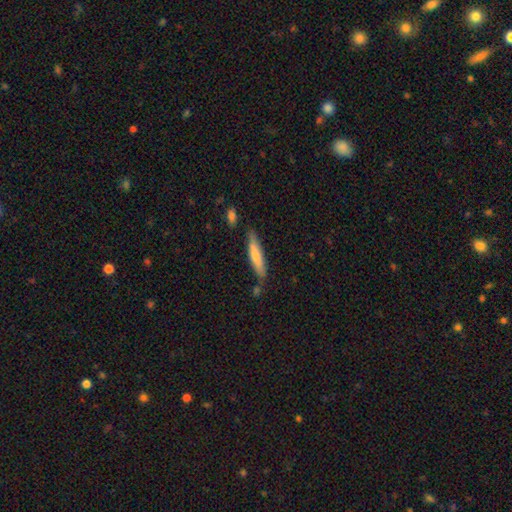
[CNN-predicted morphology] smooth-or-featured: smooth: 71% | featured or disk: 23% | star or artifact: 5%
  how-rounded: cigar-shaped: 85% | in between: 14% | round: 1%
  merging: none: 74% | minor disturbance: 17% | merger: 5% | major disturbance: 3%